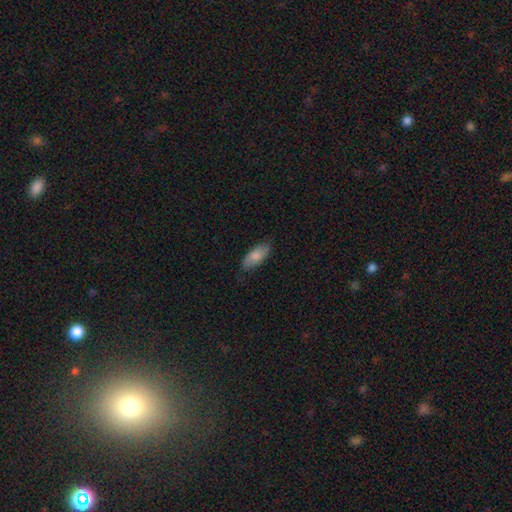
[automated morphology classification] This appears to be a smooth galaxy with no disk features (80%) that is in between round and cigar-shaped (85%). Merging: none (79%).